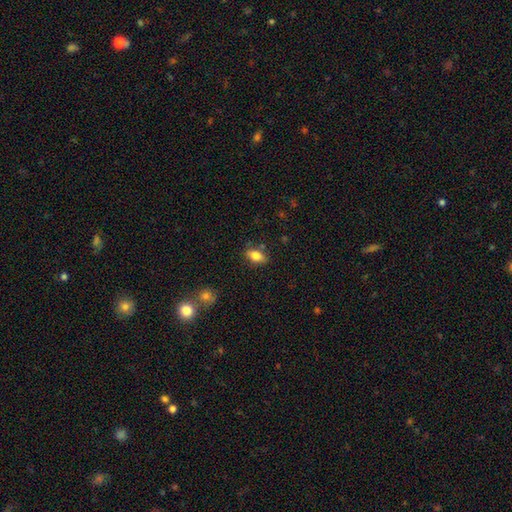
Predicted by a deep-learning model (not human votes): This appears to be a smooth galaxy with no disk features (74%) that is in between round and cigar-shaped (84%). Merging: none (82%).